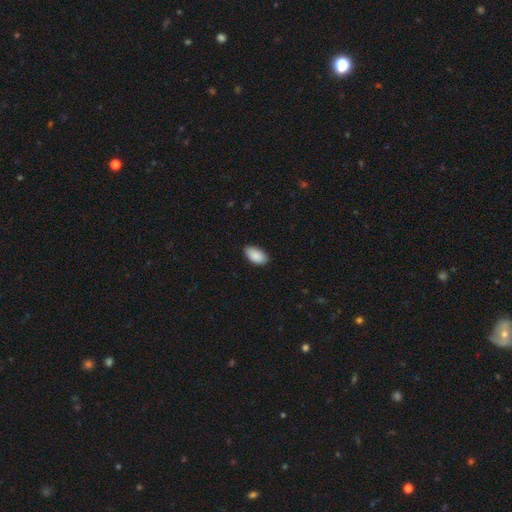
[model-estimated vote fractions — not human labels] smooth_or_featured: smooth (p=0.90) [alt: star or artifact p=0.06]
how_rounded: in between (p=0.95) [alt: round p=0.03]
merging: none (p=0.85) [alt: minor disturbance p=0.12]